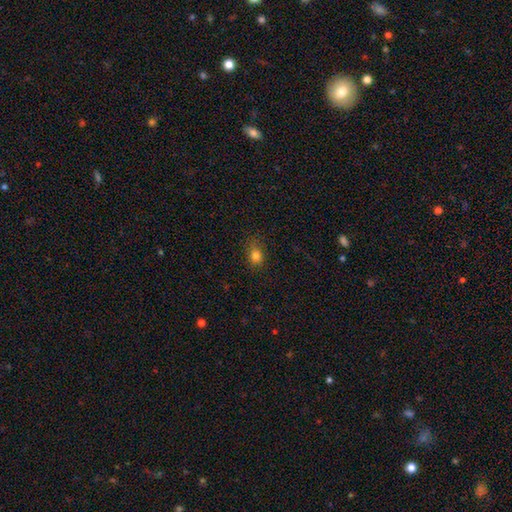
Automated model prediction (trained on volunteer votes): This is likely a smooth galaxy (80%). How rounded: possibly in between (59%). Merging: likely none (77%).